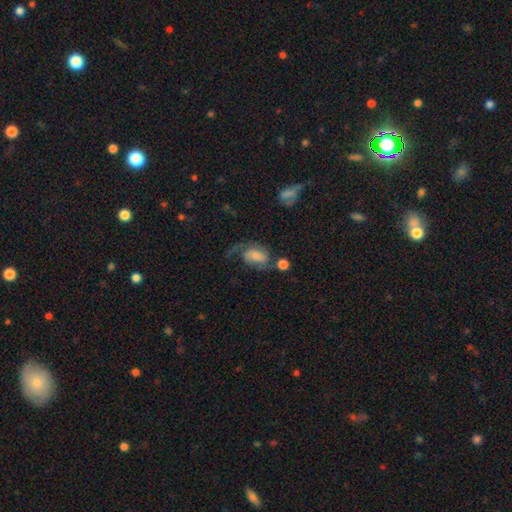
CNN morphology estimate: Overall: featured or disk (53%; smooth 38%). Edge-on disk: no (97%). Bar: no (52%; weak 37%). Spiral arms: yes (84%). Bulge size: moderate (29%; small 28%). Merging: major disturbance (38%; none 31%).